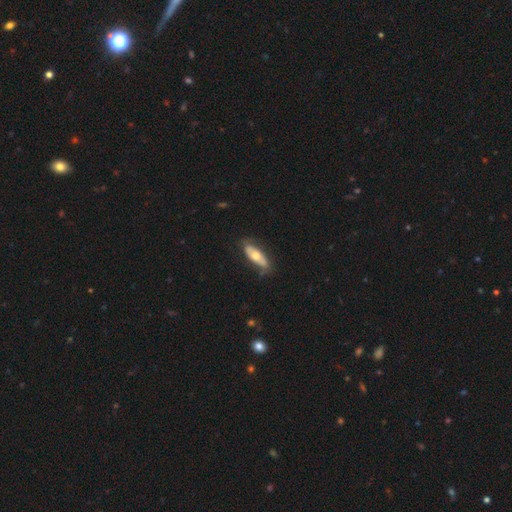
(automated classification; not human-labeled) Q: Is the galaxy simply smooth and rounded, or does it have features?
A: smooth — 50%.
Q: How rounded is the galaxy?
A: in between — 66%.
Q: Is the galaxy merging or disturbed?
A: none — 76%.